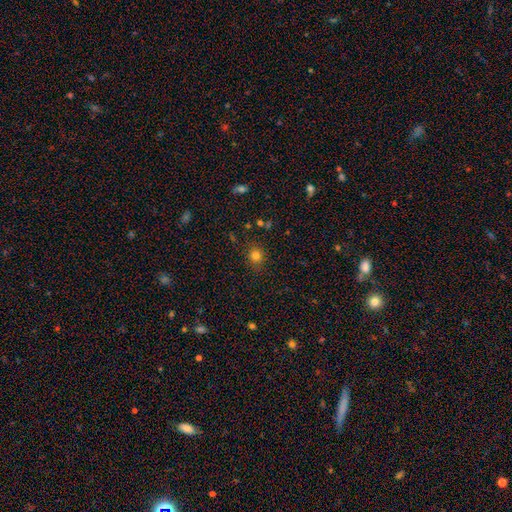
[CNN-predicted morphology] smooth_or_featured: smooth (p=0.79) [alt: star or artifact p=0.16]
how_rounded: round (p=0.83) [alt: in between p=0.16]
merging: none (p=0.86) [alt: minor disturbance p=0.10]